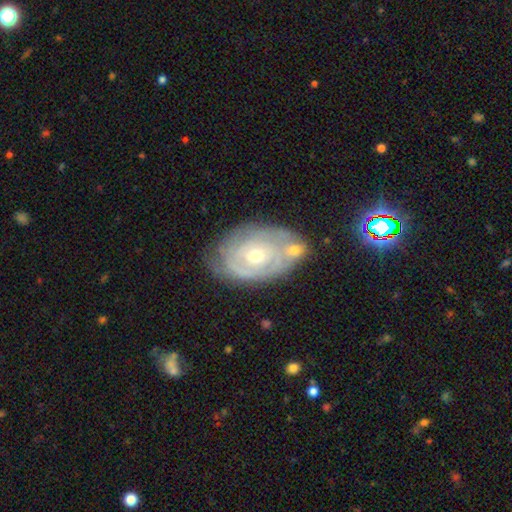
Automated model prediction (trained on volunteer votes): A featured or disk galaxy (77%) with no bar (75%), tight (76%) spiral arms (80%) and a moderate central bulge (58%). Merging: none (59%).